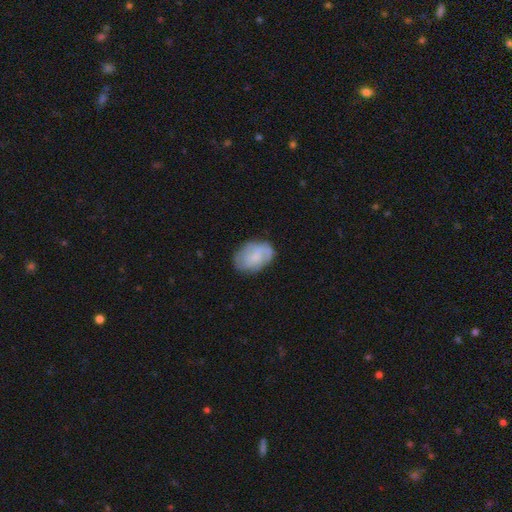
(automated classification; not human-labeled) This is possibly a smooth galaxy (55%). How rounded: clearly in between (81%). Merging: likely none (66%).